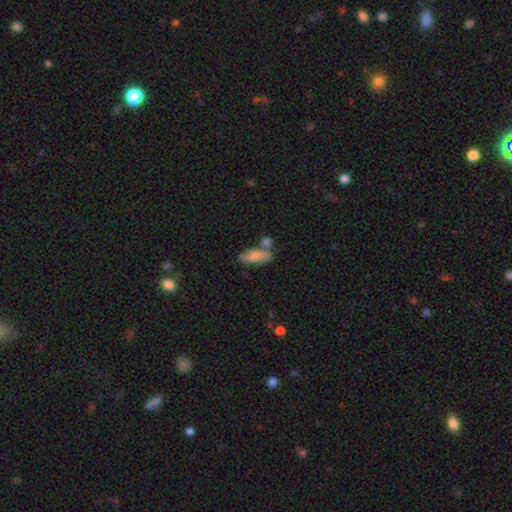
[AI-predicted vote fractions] The model was most divided on "merging": none: 57%, merger: 20%, minor disturbance: 18%, major disturbance: 5%. More confident: smooth or featured — smooth (78%); how rounded — in between (74%).